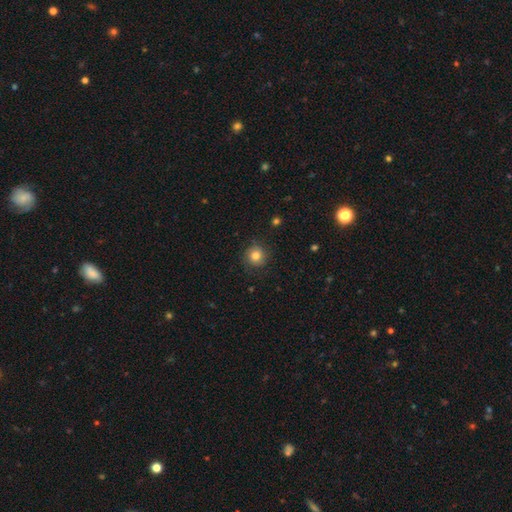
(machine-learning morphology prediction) Overall: smooth (78%). How rounded: round (92%). Merging: none (83%).